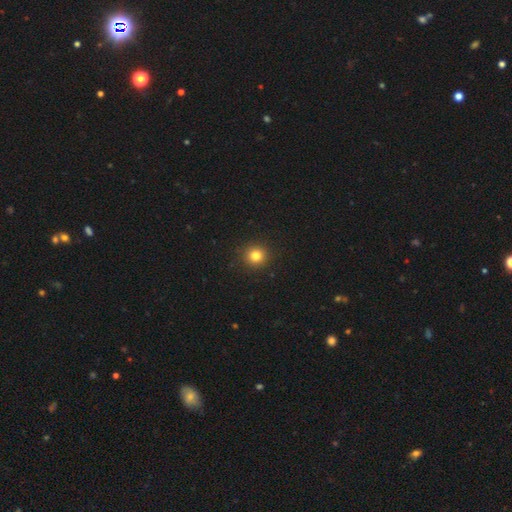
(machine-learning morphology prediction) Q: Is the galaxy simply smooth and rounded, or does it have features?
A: smooth — 81%.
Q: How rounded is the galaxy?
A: round — 93%.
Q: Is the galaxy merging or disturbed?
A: none — 92%.